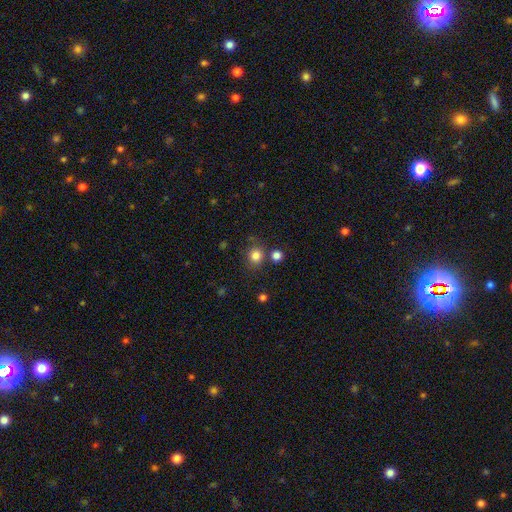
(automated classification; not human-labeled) The model was most divided on "merging": none: 76%, minor disturbance: 10%, merger: 10%, major disturbance: 4%. More confident: how rounded — round (87%); smooth or featured — smooth (82%).